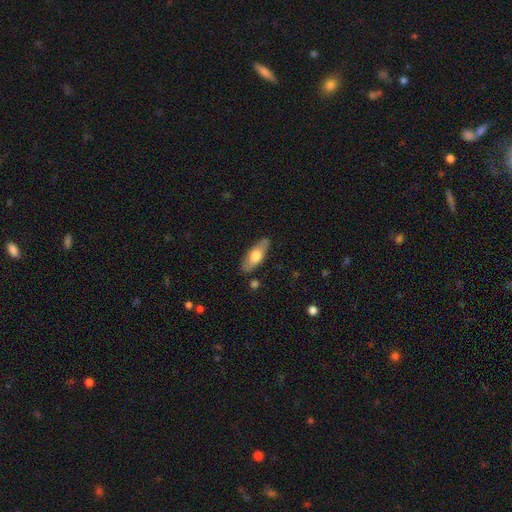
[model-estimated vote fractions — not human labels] Smooth or featured?
  - smooth: 61% *
  - featured or disk: 33%
  - star or artifact: 6%
How rounded?
  - in between: 72% *
  - cigar-shaped: 25%
  - round: 2%
Merging?
  - none: 84% *
  - minor disturbance: 12%
  - major disturbance: 2%
  - merger: 2%